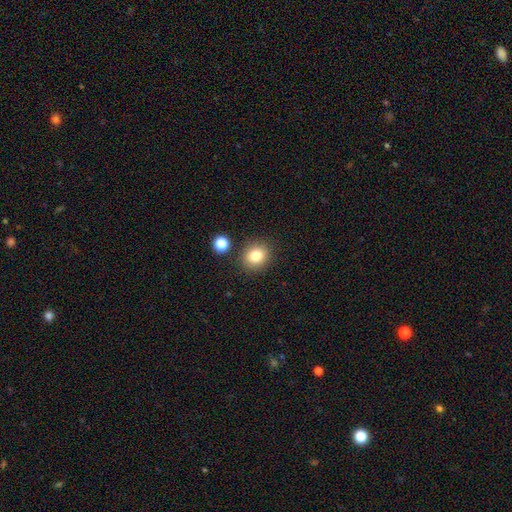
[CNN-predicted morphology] smooth_or_featured: smooth (p=0.81) [alt: star or artifact p=0.12]
how_rounded: round (p=0.78) [alt: in between p=0.21]
merging: none (p=0.86) [alt: minor disturbance p=0.08]